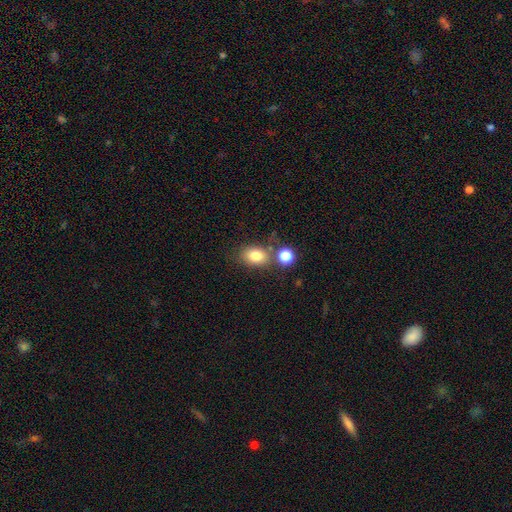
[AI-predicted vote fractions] A smooth galaxy with no disk features (81%) that is in between round and cigar-shaped (70%).

Vote fractions:
- Smooth or featured? smooth: 81% / star or artifact: 10% / featured or disk: 9%
- How rounded? in between: 70% / round: 29% / cigar-shaped: 1%
- Merging? none: 63% / merger: 17% / minor disturbance: 14% / major disturbance: 5%